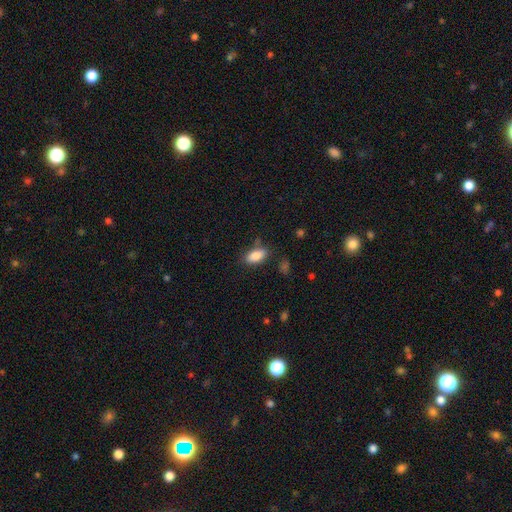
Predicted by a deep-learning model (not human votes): The model was most divided on "merging": none: 79%, minor disturbance: 14%, major disturbance: 4%, merger: 3%. More confident: how rounded — in between (90%); smooth or featured — smooth (86%).